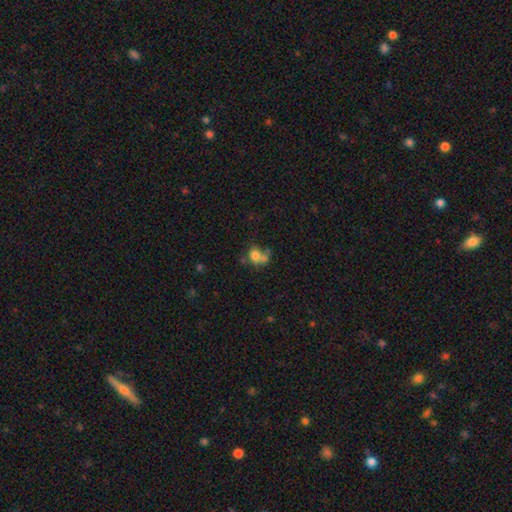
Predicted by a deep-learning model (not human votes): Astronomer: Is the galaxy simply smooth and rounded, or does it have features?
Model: smooth — 72%.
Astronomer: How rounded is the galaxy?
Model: round — 58% (runner-up: in between, 41%).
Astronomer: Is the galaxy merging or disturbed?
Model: merger — 44% (runner-up: none, 32%).